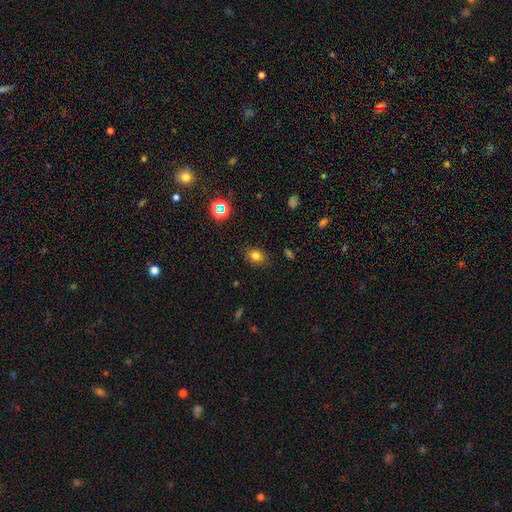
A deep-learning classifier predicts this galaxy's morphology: This is likely a smooth galaxy (77%). How rounded: possibly in between (54%). Merging: clearly none (84%).